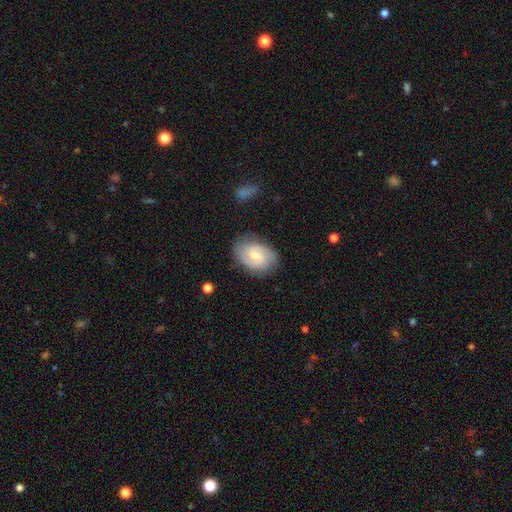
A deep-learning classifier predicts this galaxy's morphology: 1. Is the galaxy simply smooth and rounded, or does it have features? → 64% featured or disk, 30% smooth, 6% star or artifact.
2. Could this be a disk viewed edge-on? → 97% no, 3% yes.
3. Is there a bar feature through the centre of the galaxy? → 56% weak, 35% no, 9% strong.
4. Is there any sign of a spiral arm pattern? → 91% yes, 9% no.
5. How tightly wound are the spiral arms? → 46% medium, 35% tight, 19% loose.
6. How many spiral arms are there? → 72% 2, 15% can't tell, 7% 3, 3% 1, 2% 4, 2% more than 4.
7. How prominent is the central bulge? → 49% small, 44% moderate, 3% none, 2% large, 1% dominant.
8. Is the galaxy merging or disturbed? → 78% none, 16% minor disturbance, 5% major disturbance, 1% merger.